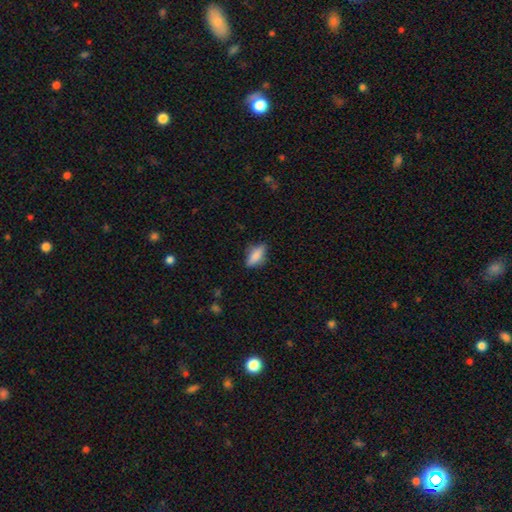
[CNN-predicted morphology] Q: Smooth or featured?
A: smooth (72%); runner-up: featured or disk (20%)
Q: How rounded?
A: in between (71%); runner-up: cigar-shaped (24%)
Q: Merging?
A: none (73%); runner-up: minor disturbance (20%)